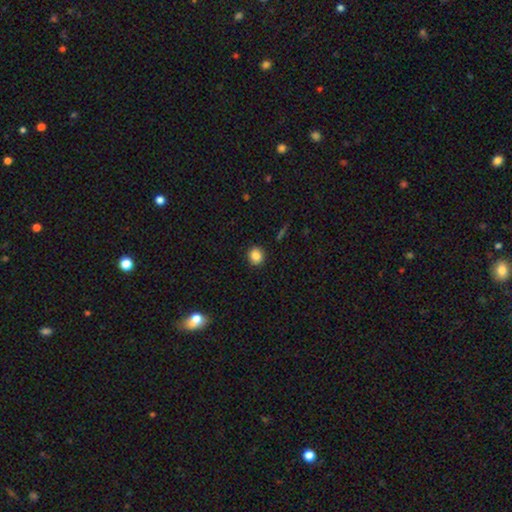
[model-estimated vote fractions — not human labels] Smooth or featured? Predicted: smooth (p=0.86). How rounded? Predicted: round (p=0.81). Merging? Predicted: none (p=0.90).